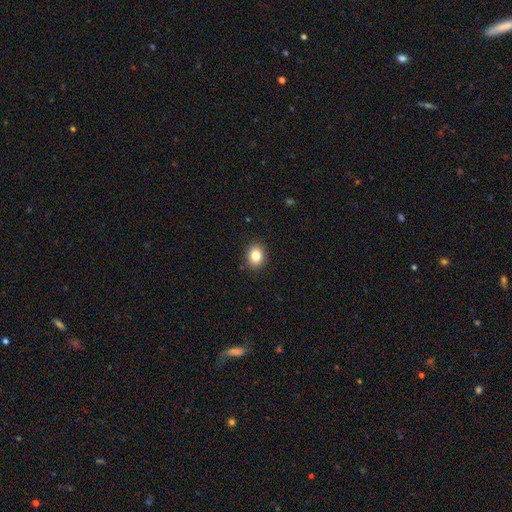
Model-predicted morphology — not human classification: The model was most divided on "how rounded": round: 54%, in between: 45%, cigar-shaped: 1%. More confident: merging — none (90%); smooth or featured — smooth (83%).